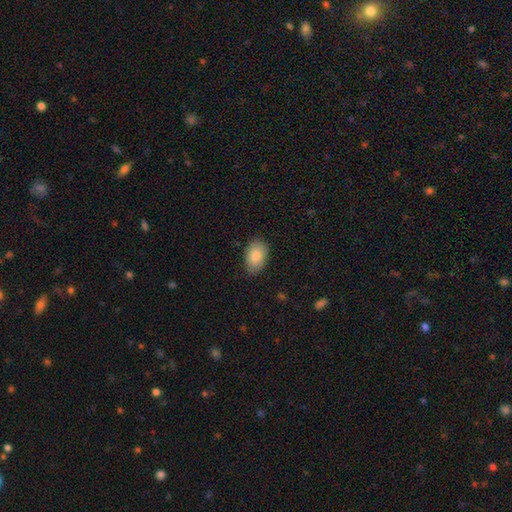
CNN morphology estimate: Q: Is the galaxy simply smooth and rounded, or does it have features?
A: smooth — 85%.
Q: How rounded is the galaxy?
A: in between — 90%.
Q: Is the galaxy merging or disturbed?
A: none — 84%.